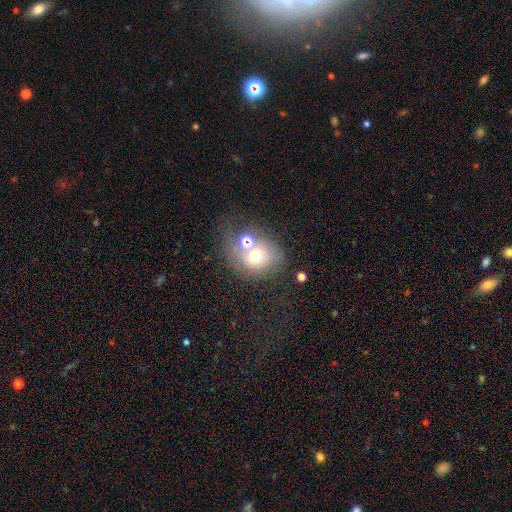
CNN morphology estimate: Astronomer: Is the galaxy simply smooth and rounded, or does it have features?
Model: smooth — 60%.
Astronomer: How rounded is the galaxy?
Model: round — 61% (runner-up: in between, 38%).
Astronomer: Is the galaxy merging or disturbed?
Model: none — 41% (runner-up: merger, 30%).